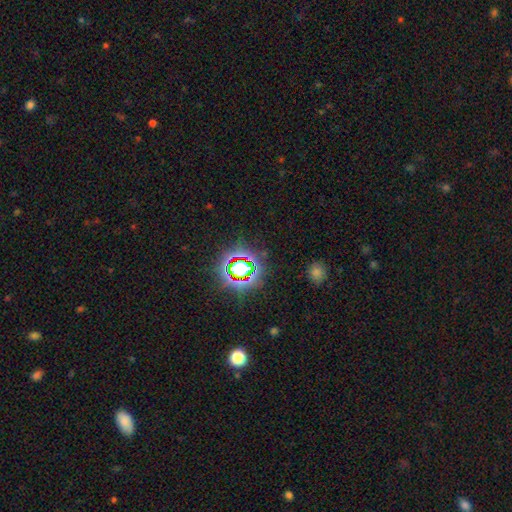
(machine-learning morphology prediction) This appears to be a star or artifact, not a galaxy (77%).